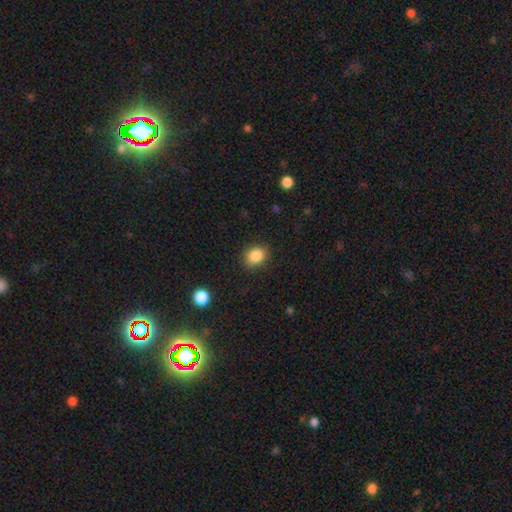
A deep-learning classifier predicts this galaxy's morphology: A smooth galaxy with no disk features (86%) that is in between round and cigar-shaped (52%). Merging: none (84%).